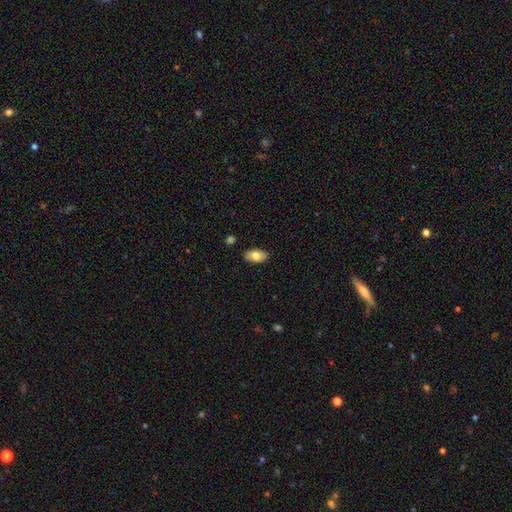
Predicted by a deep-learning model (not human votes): Overall: smooth (78%). How rounded: in between (93%). Merging: none (88%).